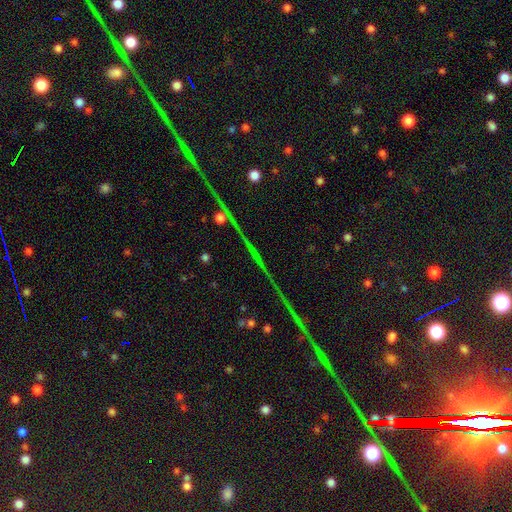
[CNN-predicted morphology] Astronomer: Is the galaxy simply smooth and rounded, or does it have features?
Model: star or artifact — 77%.